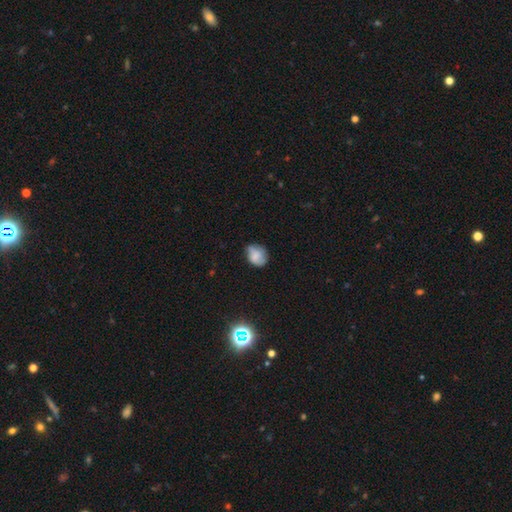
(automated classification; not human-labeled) Smooth or featured? Predicted: smooth (p=0.69). How rounded? Predicted: round (p=0.53). Merging? Predicted: none (p=0.63).